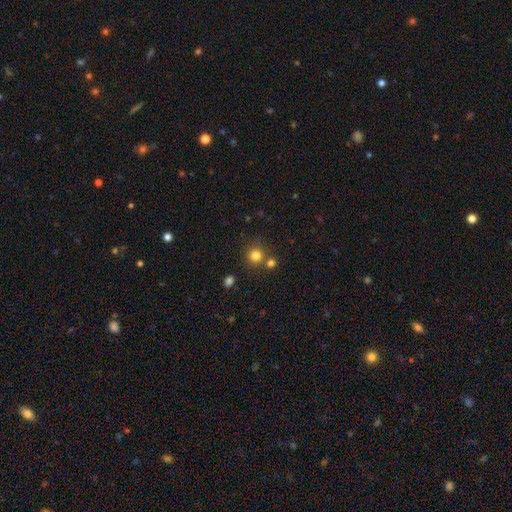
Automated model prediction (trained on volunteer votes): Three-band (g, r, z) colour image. It shows a smooth galaxy with no disk features (80%) that is round (92%). Merging: none (72%).